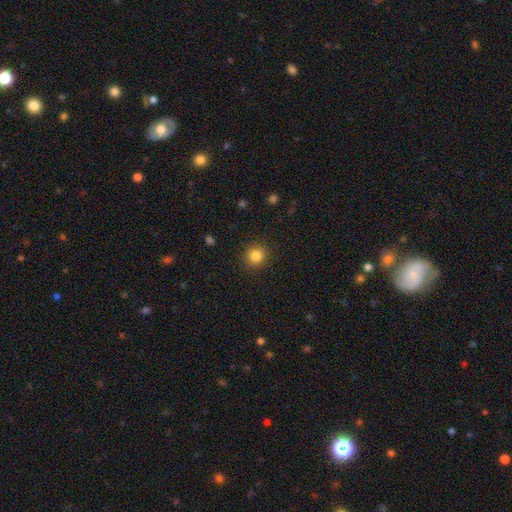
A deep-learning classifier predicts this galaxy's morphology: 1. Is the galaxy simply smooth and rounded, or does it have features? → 84% smooth, 11% star or artifact, 5% featured or disk.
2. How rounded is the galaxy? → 92% round, 7% in between, 1% cigar-shaped.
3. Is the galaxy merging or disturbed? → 90% none, 6% minor disturbance, 2% major disturbance, 1% merger.